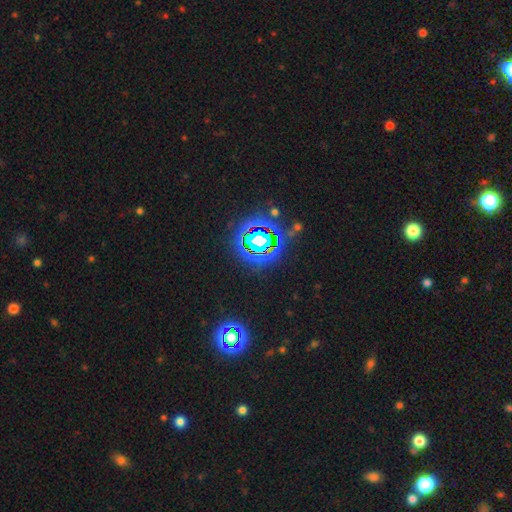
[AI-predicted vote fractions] This is clearly a star or artifact rather than a galaxy (83%).